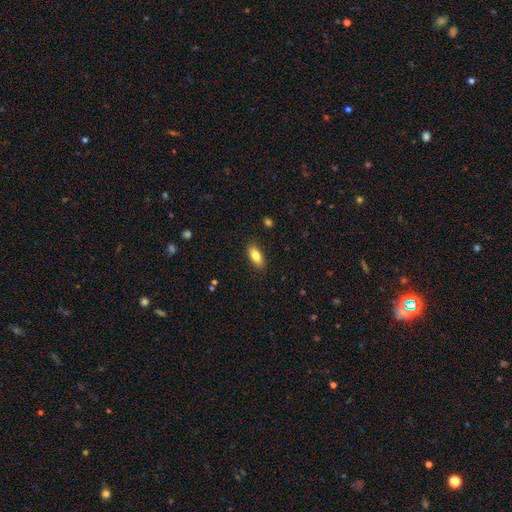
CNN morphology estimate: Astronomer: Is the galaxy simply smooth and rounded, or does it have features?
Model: smooth — 84%.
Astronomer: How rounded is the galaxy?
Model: in between — 84%.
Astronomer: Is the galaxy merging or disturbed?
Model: none — 87%.